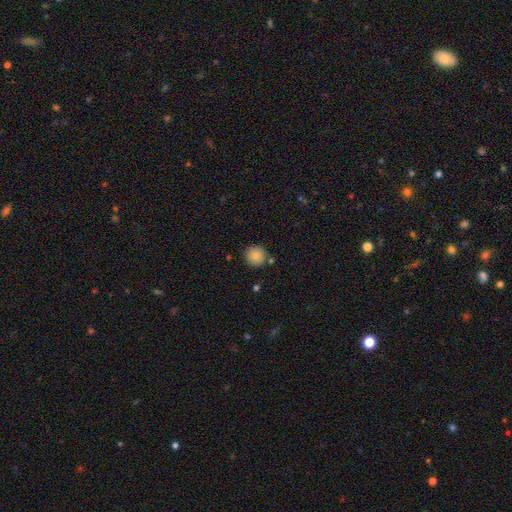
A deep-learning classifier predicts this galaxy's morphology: smooth 84%, star or artifact 9%, featured or disk 6%. Down the decision tree: how rounded — round (94%); merging — none (85%).